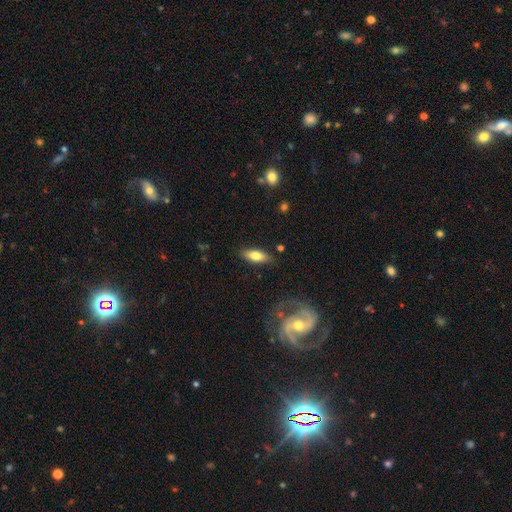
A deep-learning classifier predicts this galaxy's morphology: The model was most divided on "how rounded": in between: 71%, cigar-shaped: 26%, round: 2%. More confident: merging — none (83%); smooth or featured — smooth (72%).